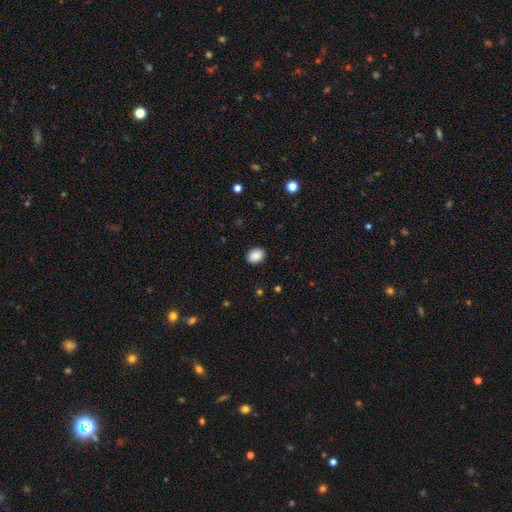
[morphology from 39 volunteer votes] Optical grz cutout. It shows a smooth galaxy with no disk features (92%) that is in between round and cigar-shaped (58%). Merging: none (95%).